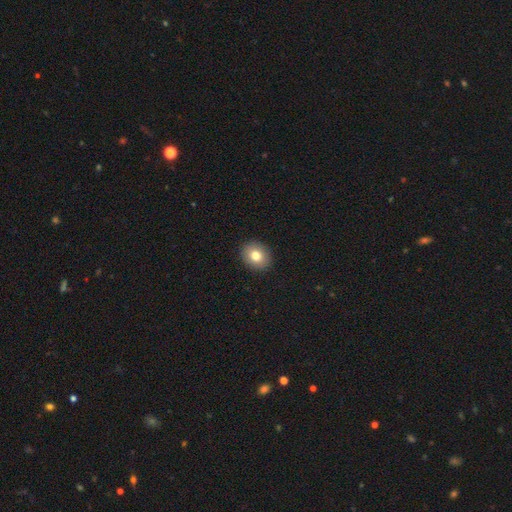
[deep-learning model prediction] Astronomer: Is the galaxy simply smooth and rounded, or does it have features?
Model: smooth — 79%.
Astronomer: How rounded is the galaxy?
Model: round — 66%.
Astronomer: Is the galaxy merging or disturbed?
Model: none — 92%.